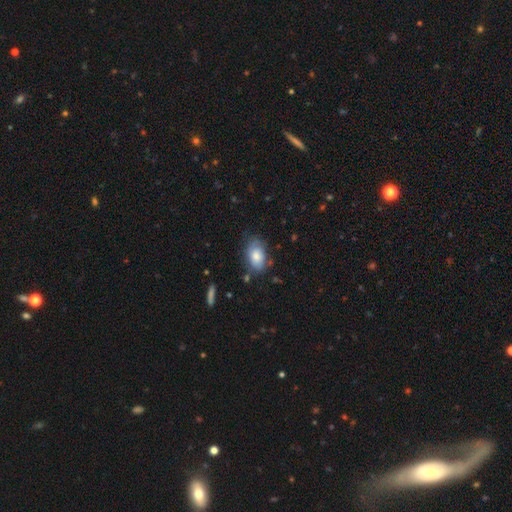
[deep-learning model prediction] Smooth or featured: smooth — 75% (featured or disk — 18%)
How rounded: in between — 88% (round — 10%)
Merging: none — 66% (minor disturbance — 24%)